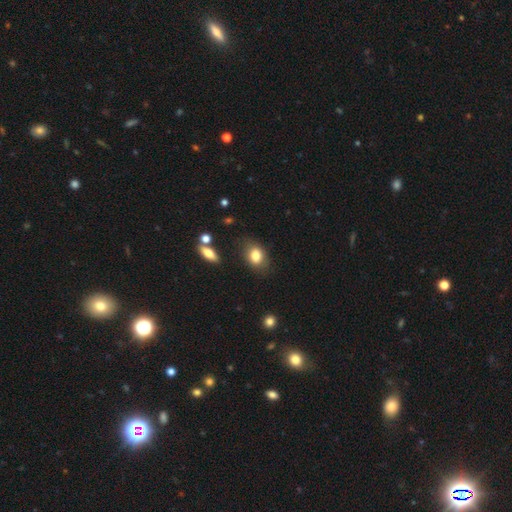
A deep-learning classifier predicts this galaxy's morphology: A smooth galaxy with no disk features (81%) that is in between round and cigar-shaped (72%).

Vote fractions:
- Smooth or featured? smooth: 81% / featured or disk: 10% / star or artifact: 9%
- How rounded? in between: 72% / round: 27% / cigar-shaped: 2%
- Merging? none: 77% / minor disturbance: 16% / major disturbance: 4% / merger: 3%